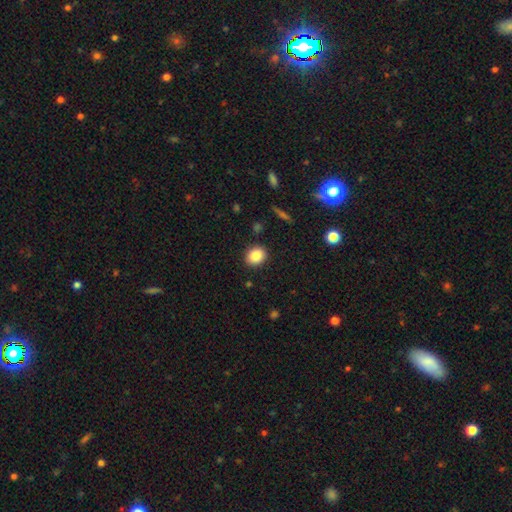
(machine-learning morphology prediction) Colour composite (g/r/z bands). It shows a smooth galaxy with no disk features (87%) that is round (55%). Merging: none (88%).